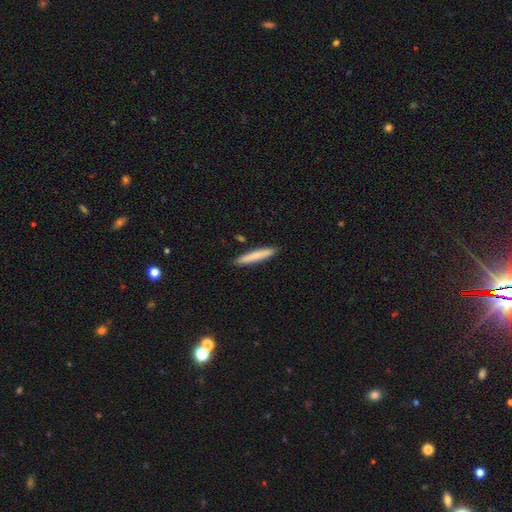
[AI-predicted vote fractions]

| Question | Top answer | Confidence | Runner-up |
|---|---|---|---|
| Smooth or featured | smooth | 78% | featured or disk (16%) |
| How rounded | cigar-shaped | 94% | in between (4%) |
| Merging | none | 90% | minor disturbance (7%) |